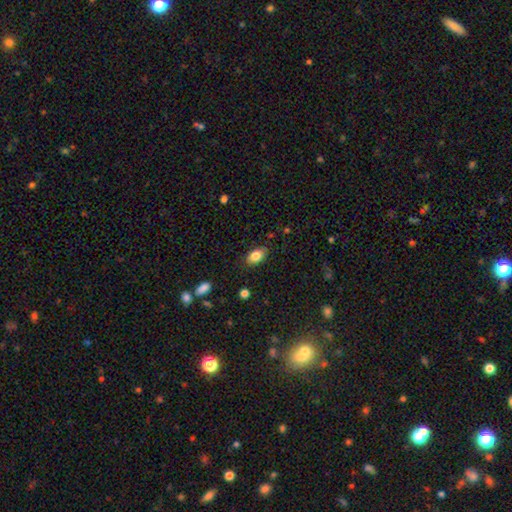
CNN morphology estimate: Smooth or featured: smooth — 84% (featured or disk — 8%)
How rounded: in between — 90% (round — 8%)
Merging: none — 84% (minor disturbance — 12%)